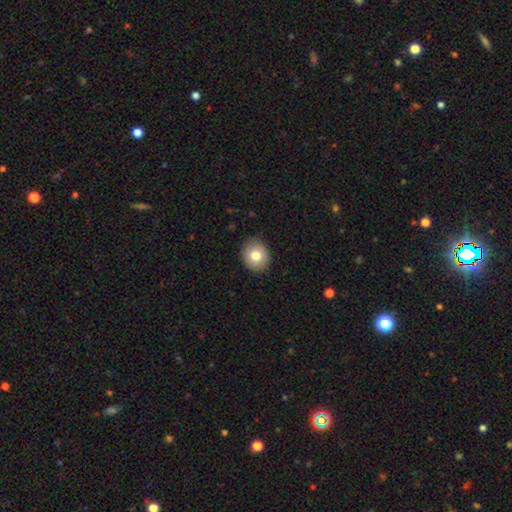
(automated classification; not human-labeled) This is likely a smooth galaxy (78%). How rounded: likely round (69%). Merging: clearly none (88%).